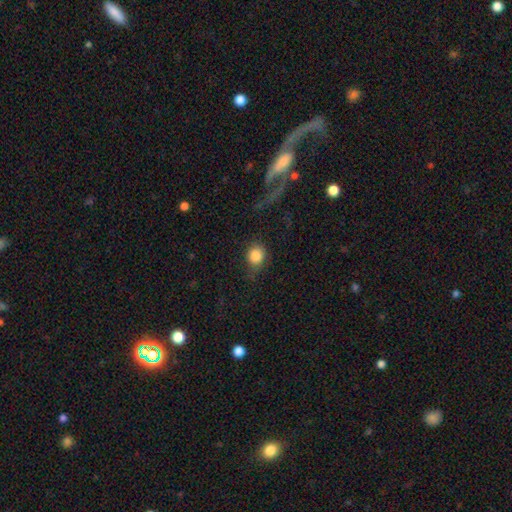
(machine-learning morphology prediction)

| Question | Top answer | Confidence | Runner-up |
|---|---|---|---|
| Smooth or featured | smooth | 84% | star or artifact (9%) |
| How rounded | round | 76% | in between (22%) |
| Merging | none | 69% | minor disturbance (19%) |